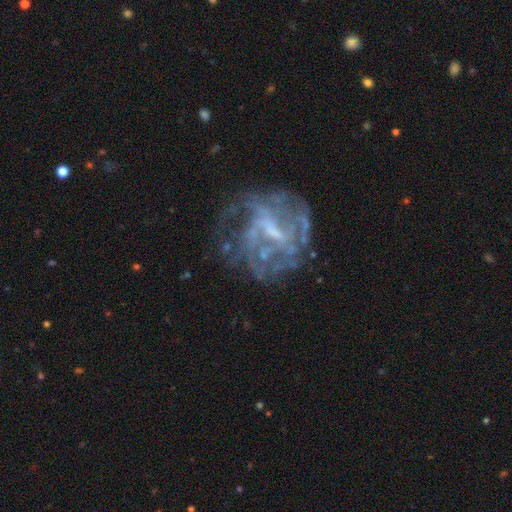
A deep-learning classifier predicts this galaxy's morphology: A featured or disk galaxy (78%) with a weak bar (52%), tight (43%) spiral arms (72%) and a small central bulge (41%).

Vote fractions:
- Smooth or featured? featured or disk: 78% / star or artifact: 12% / smooth: 10%
- Edge-on disk? no: 97% / yes: 3%
- Bar? weak: 52% / no: 25% / strong: 23%
- Spiral arms? yes: 72% / no: 28%
- Spiral winding? tight: 43% / medium: 38% / loose: 19%
- Spiral arm count? can't tell: 52% / 3: 14% / 2: 12% / 4: 11% / more than 4: 6% / 1: 5%
- Bulge size? small: 41% / none: 29% / moderate: 26% / large: 2% / dominant: 1%
- Merging? none: 58% / major disturbance: 22% / minor disturbance: 18% / merger: 3%